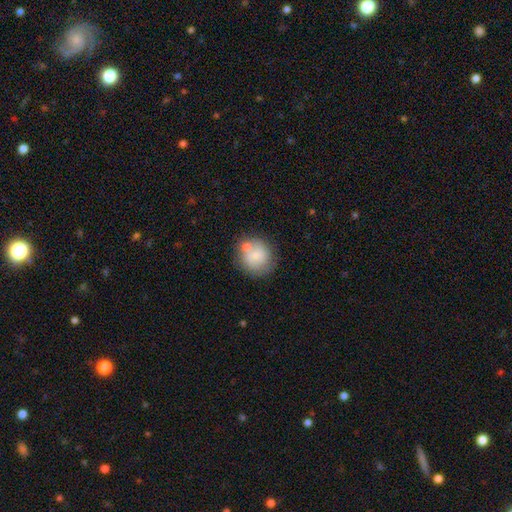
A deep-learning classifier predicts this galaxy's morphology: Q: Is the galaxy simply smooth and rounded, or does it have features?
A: smooth — 74%.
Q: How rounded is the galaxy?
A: round — 85%.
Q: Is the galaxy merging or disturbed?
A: none — 60%.